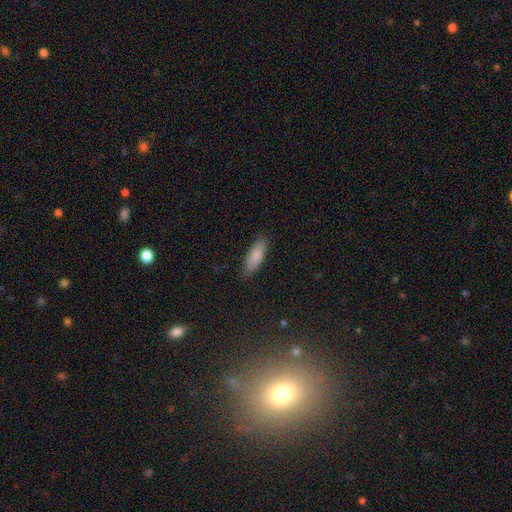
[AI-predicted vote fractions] Smooth or featured? smooth (85%)
How rounded? in between (66%)
Merging? none (85%)